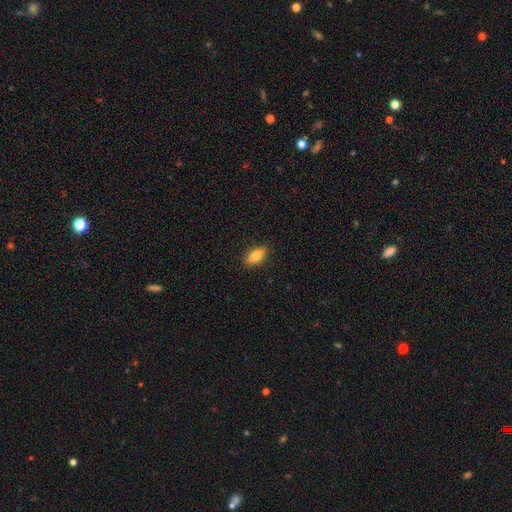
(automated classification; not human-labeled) Q: Smooth or featured?
A: smooth (85%); runner-up: featured or disk (8%)
Q: How rounded?
A: in between (88%); runner-up: cigar-shaped (8%)
Q: Merging?
A: none (87%); runner-up: minor disturbance (10%)